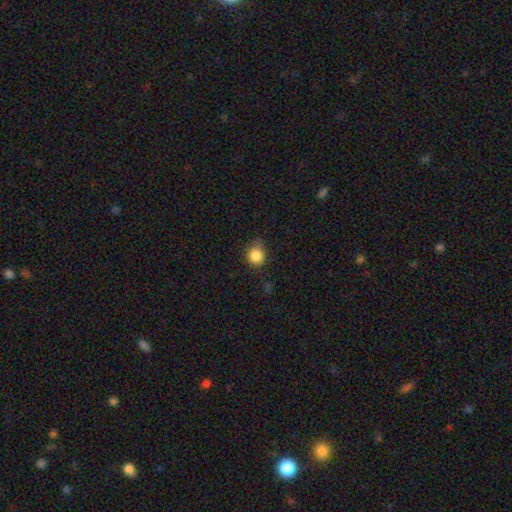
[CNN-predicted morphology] Q: Smooth or featured?
A: smooth (85%); runner-up: star or artifact (10%)
Q: How rounded?
A: round (77%); runner-up: in between (22%)
Q: Merging?
A: none (62%); runner-up: minor disturbance (29%)